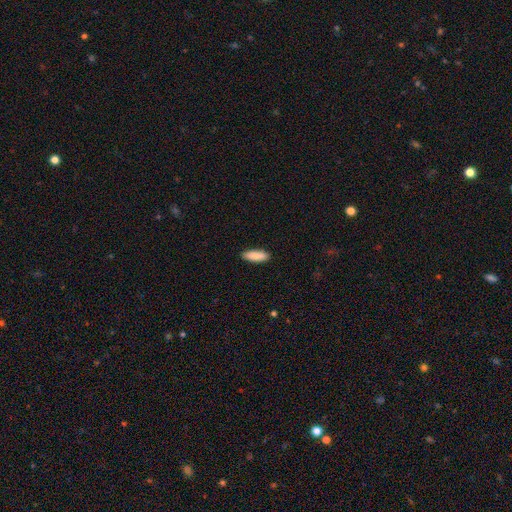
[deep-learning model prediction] Morphology: type=smooth (89%); roundness=in between (61%); merging=none (89%).